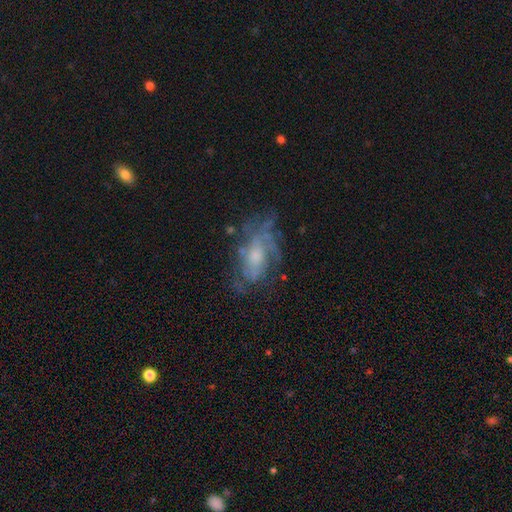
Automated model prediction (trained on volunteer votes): Q: Smooth or featured?
A: featured or disk (71%); runner-up: smooth (20%)
Q: Edge-on disk?
A: no (93%); runner-up: yes (7%)
Q: Bar?
A: no (72%); runner-up: weak (24%)
Q: Spiral arms?
A: yes (73%); runner-up: no (27%)
Q: Bulge size?
A: moderate (45%); runner-up: small (38%)
Q: Merging?
A: none (55%); runner-up: minor disturbance (23%)